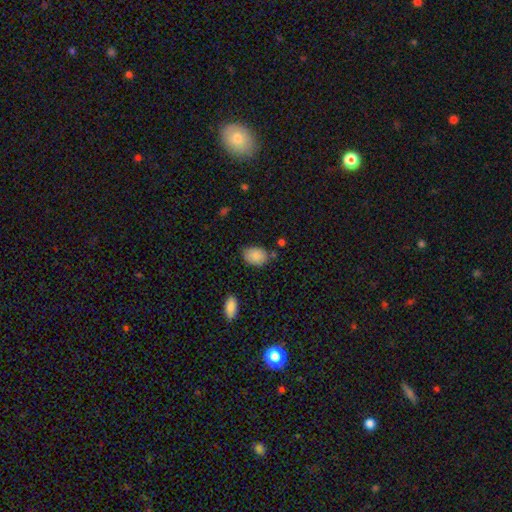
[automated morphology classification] This appears to be a smooth galaxy with no disk features (86%) that is in between round and cigar-shaped (81%). Merging: none (66%).